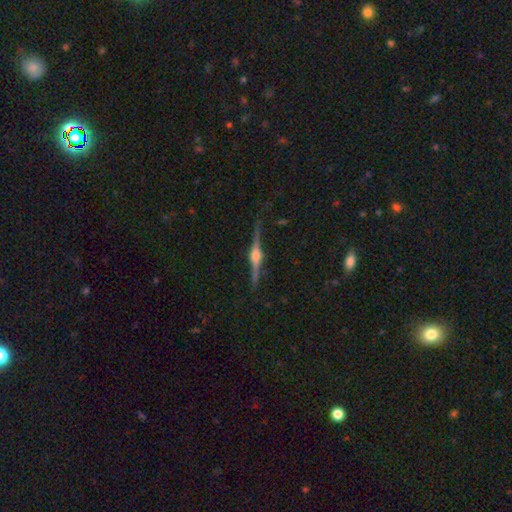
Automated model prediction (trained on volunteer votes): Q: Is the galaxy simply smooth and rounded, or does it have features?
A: featured or disk — 85%.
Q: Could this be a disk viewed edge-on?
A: yes — 98%.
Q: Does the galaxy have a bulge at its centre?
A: rounded — 92%.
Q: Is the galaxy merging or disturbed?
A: none — 87%.